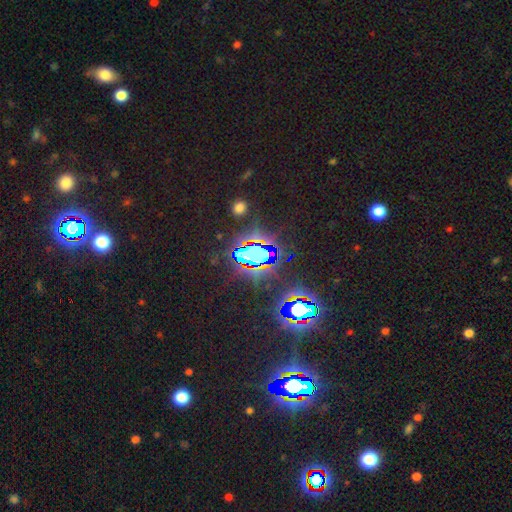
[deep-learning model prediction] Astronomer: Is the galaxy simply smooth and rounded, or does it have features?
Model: star or artifact — 81%.